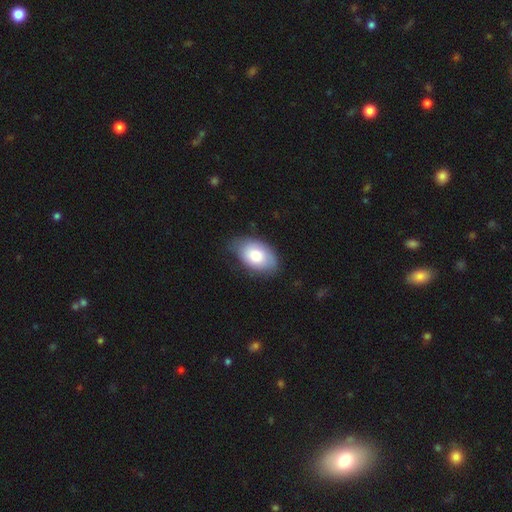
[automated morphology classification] Overall: smooth (75%). How rounded: in between (90%). Merging: none (70%).